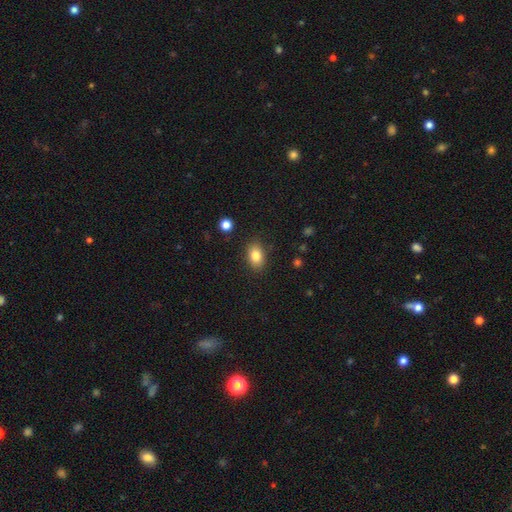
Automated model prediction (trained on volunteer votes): This is clearly a smooth galaxy (83%). How rounded: clearly in between (85%). Merging: clearly none (86%).